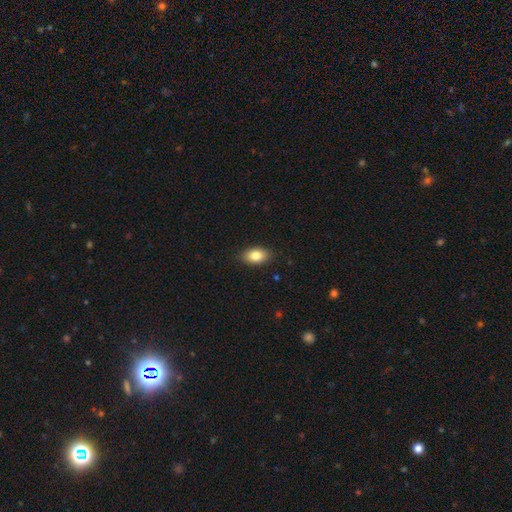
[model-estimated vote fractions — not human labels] Q: Smooth or featured?
A: smooth (84%); runner-up: featured or disk (8%)
Q: How rounded?
A: in between (90%); runner-up: round (8%)
Q: Merging?
A: none (87%); runner-up: minor disturbance (9%)